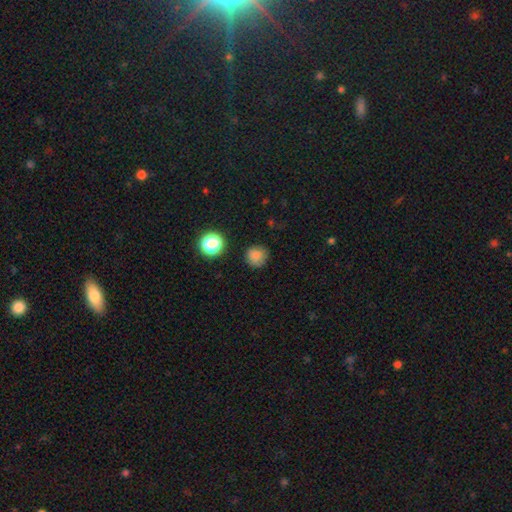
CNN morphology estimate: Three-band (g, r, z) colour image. It shows a smooth galaxy with no disk features (80%) that is round (92%). Merging: none (83%).